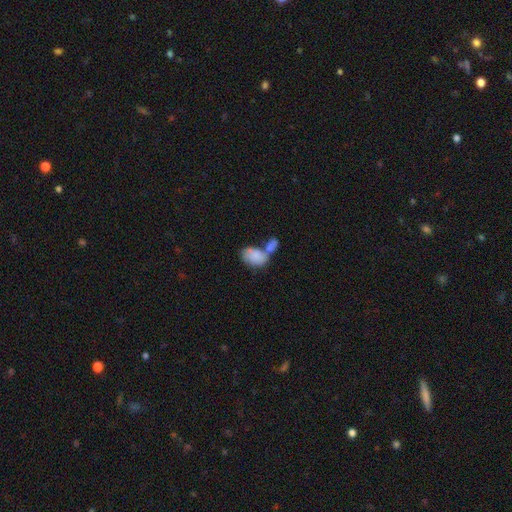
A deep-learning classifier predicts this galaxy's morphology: smooth-or-featured: smooth: 76% | featured or disk: 17% | star or artifact: 7%
  how-rounded: in between: 88% | round: 11% | cigar-shaped: 2%
  merging: merger: 62% | none: 19% | minor disturbance: 11% | major disturbance: 8%